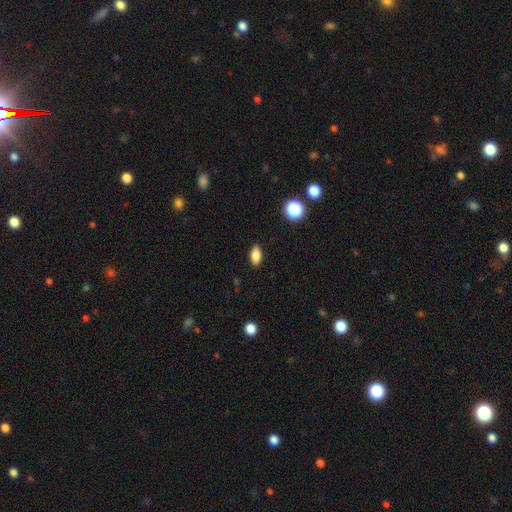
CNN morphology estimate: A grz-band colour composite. It shows a smooth galaxy with no disk features (84%) that is in between round and cigar-shaped (87%). Merging: none (89%).